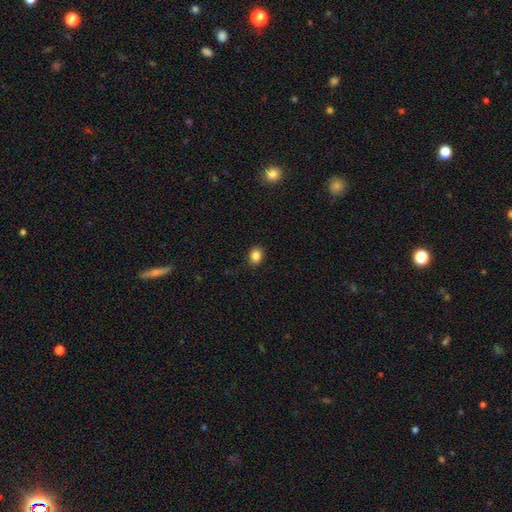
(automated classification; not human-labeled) A smooth galaxy with no disk features (85%) that is in between round and cigar-shaped (54%).

Vote fractions:
- Smooth or featured? smooth: 85% / star or artifact: 10% / featured or disk: 4%
- How rounded? in between: 54% / round: 45% / cigar-shaped: 1%
- Merging? none: 88% / minor disturbance: 9% / major disturbance: 2% / merger: 1%